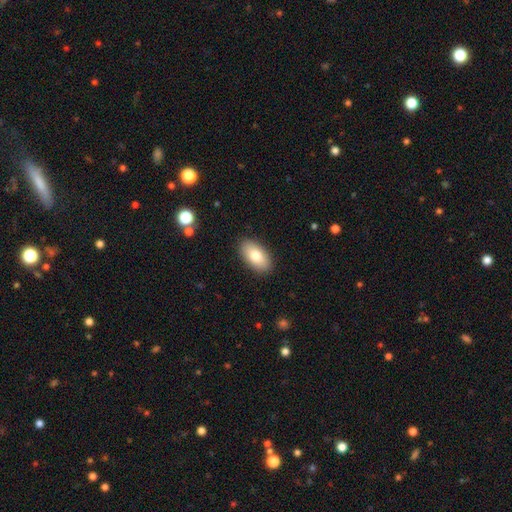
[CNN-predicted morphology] smooth_or_featured: smooth (p=0.80) [alt: featured or disk p=0.14]
how_rounded: in between (p=0.94) [alt: round p=0.03]
merging: none (p=0.88) [alt: minor disturbance p=0.09]